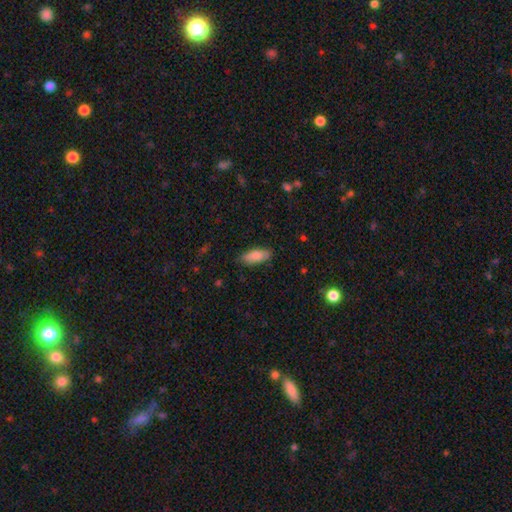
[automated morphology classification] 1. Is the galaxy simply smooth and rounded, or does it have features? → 81% smooth, 12% featured or disk, 6% star or artifact.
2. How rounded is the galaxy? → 74% in between, 24% cigar-shaped, 2% round.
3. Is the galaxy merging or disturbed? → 84% none, 12% minor disturbance, 2% major disturbance, 1% merger.